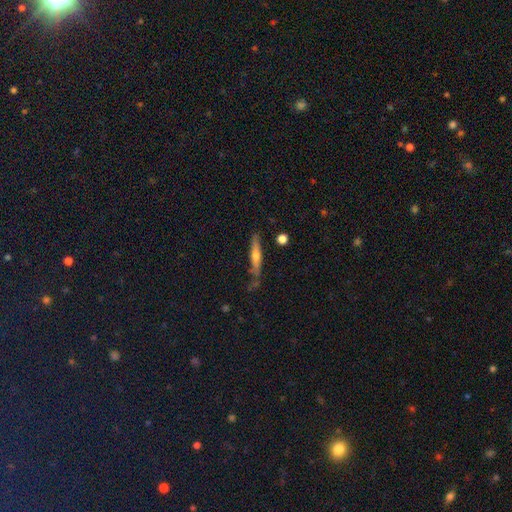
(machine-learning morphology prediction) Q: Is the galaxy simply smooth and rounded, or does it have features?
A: featured or disk — 51%.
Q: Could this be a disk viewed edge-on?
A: yes — 91%.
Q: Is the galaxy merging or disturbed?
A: none — 70%.